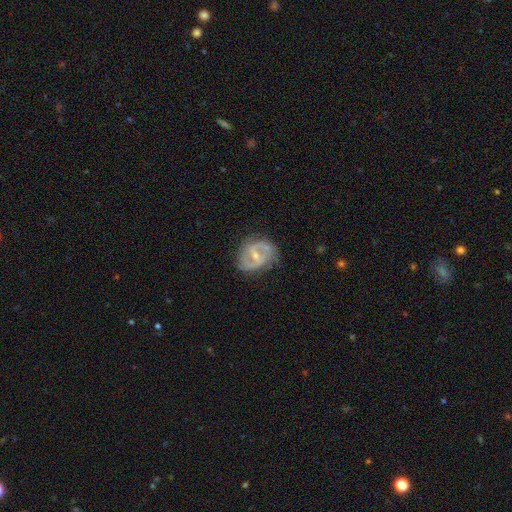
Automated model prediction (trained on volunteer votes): Morphology: type=featured or disk (80%); edge-on=no (97%); bar=weak (46%); spiral arms=yes (82%); winding=medium (49%); arm count=2 (82%); bulge=moderate (51%); merging=none (70%).